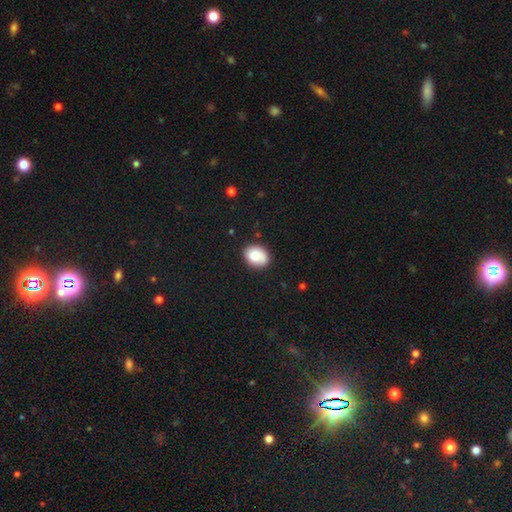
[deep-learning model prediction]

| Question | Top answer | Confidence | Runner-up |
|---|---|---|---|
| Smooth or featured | smooth | 84% | featured or disk (8%) |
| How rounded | in between | 63% | round (36%) |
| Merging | none | 80% | minor disturbance (15%) |